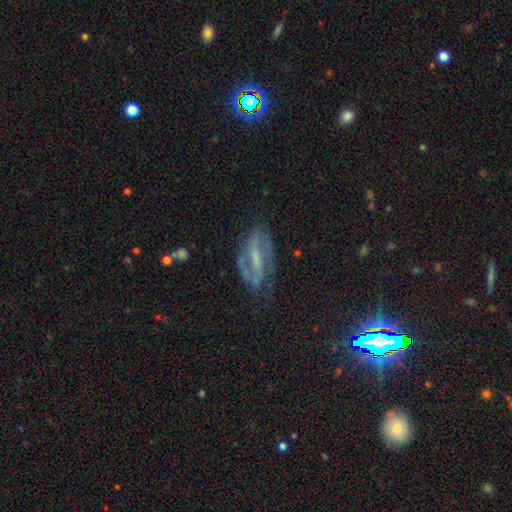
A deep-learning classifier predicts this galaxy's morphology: Overall: featured or disk (70%). Edge-on disk: no (89%). Bar: strong (50%; weak 35%). Spiral arms: yes (88%). Spiral arm count: 2 (77%). Spiral winding: medium (44%; tight 31%). Bulge size: small (49%; none 26%). Merging: none (74%).